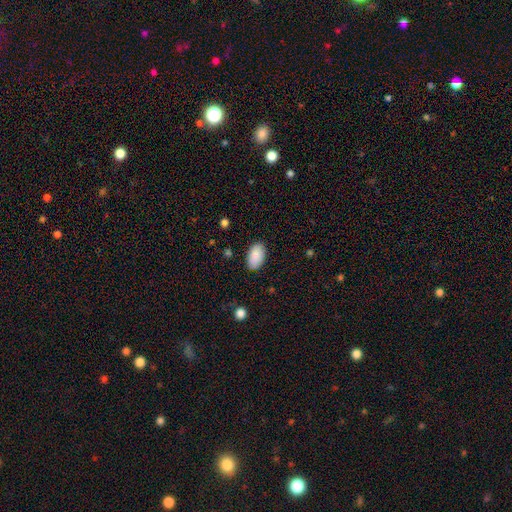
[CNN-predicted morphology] Smooth or featured? smooth (90%)
How rounded? in between (95%)
Merging? none (87%)